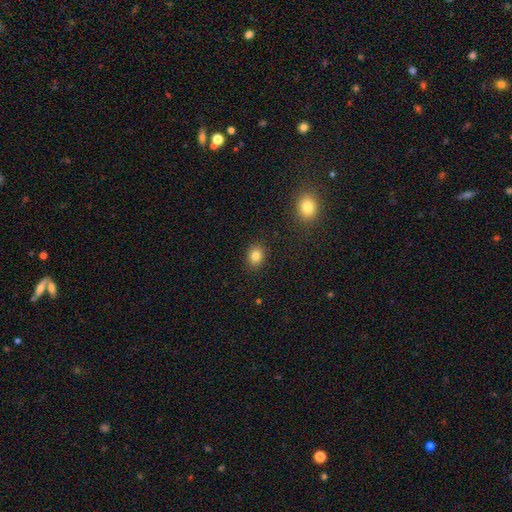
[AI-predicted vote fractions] smooth-or-featured: smooth: 83% | star or artifact: 11% | featured or disk: 6%
  how-rounded: round: 59% | in between: 41% | cigar-shaped: 1%
  merging: none: 88% | minor disturbance: 8% | major disturbance: 2% | merger: 1%